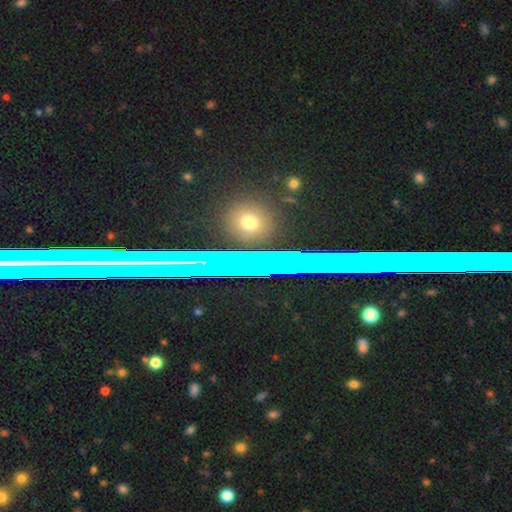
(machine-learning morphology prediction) The model was most divided on "smooth or featured": star or artifact: 62%, smooth: 26%, featured or disk: 12%.